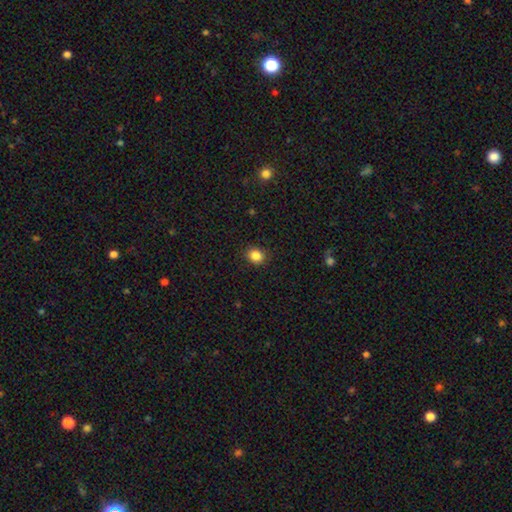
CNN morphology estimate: This appears to be a smooth galaxy with no disk features (85%) that is round (75%). Merging: none (90%).